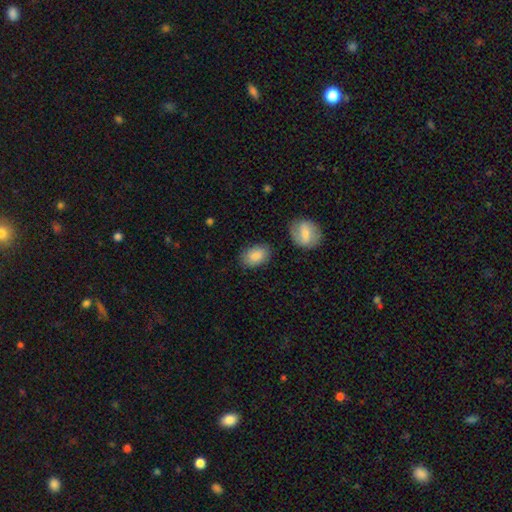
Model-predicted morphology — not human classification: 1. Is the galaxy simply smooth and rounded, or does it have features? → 85% smooth, 8% featured or disk, 6% star or artifact.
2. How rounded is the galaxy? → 87% in between, 12% round, 1% cigar-shaped.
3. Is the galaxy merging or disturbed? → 81% none, 13% minor disturbance, 3% merger, 3% major disturbance.